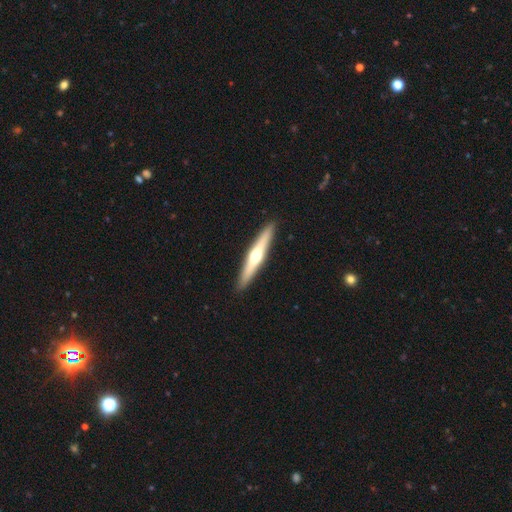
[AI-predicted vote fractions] The model was most divided on "smooth or featured": featured or disk: 63%, smooth: 32%, star or artifact: 5%. More confident: edge-on disk — yes (96%); edge-on bulge — rounded (93%); merging — none (92%).